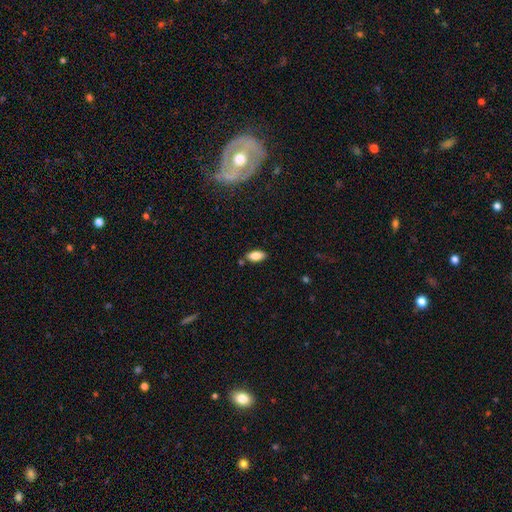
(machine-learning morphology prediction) Smooth or featured?
  - smooth: 82% *
  - featured or disk: 9%
  - star or artifact: 8%
How rounded?
  - in between: 90% *
  - cigar-shaped: 8%
  - round: 3%
Merging?
  - none: 83% *
  - minor disturbance: 11%
  - merger: 4%
  - major disturbance: 2%